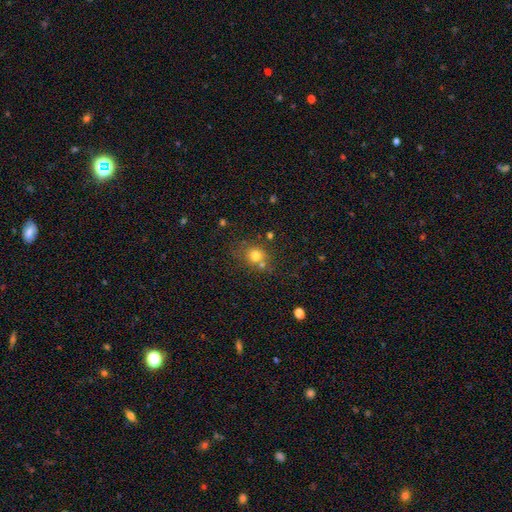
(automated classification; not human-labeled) smooth-or-featured: smooth: 75% | star or artifact: 15% | featured or disk: 10%
  how-rounded: round: 78% | in between: 21% | cigar-shaped: 1%
  merging: none: 63% | merger: 19% | minor disturbance: 13% | major disturbance: 5%